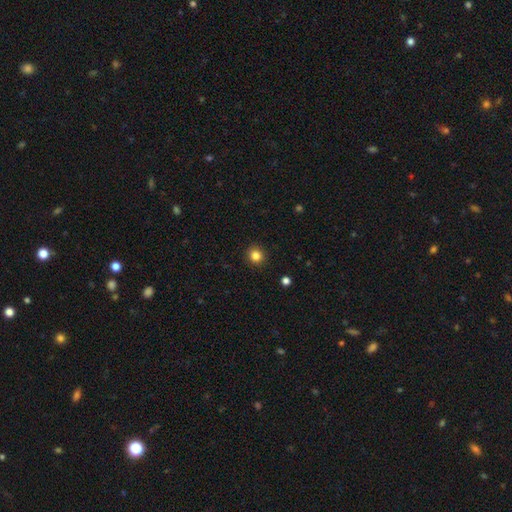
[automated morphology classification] smooth-or-featured: smooth: 84% | star or artifact: 12% | featured or disk: 4%
  how-rounded: round: 91% | in between: 8% | cigar-shaped: 1%
  merging: none: 92% | minor disturbance: 5% | major disturbance: 2% | merger: 1%